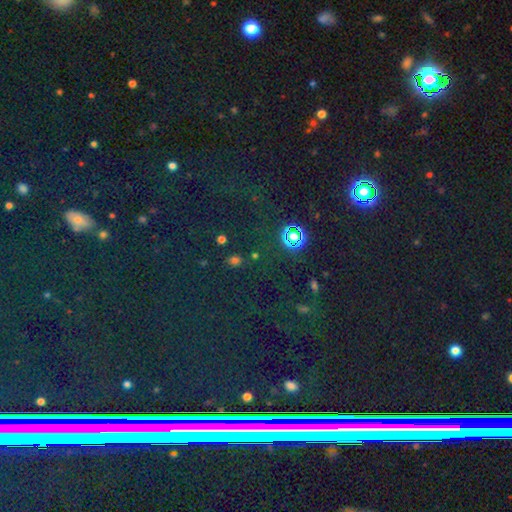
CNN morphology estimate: Smooth or featured: star or artifact — 63% (smooth — 29%)